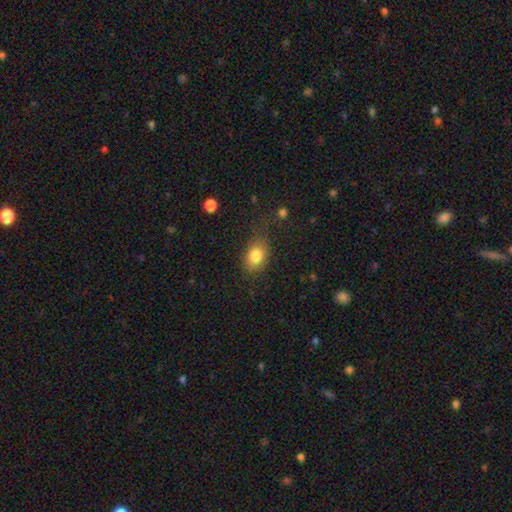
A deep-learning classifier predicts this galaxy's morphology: smooth-or-featured: smooth: 83% | star or artifact: 9% | featured or disk: 8%
  how-rounded: in between: 71% | round: 28% | cigar-shaped: 2%
  merging: none: 68% | minor disturbance: 21% | major disturbance: 8% | merger: 3%